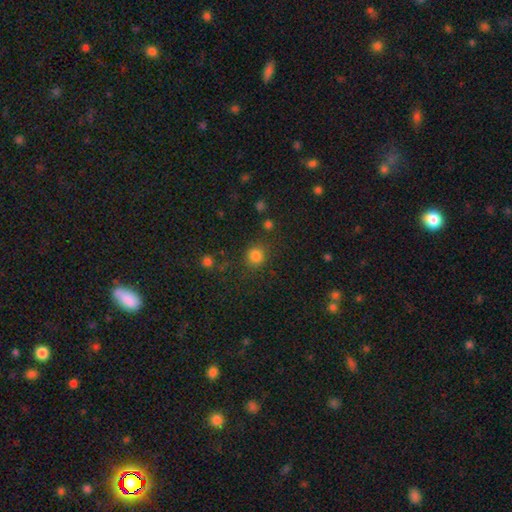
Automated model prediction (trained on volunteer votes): Smooth or featured? Predicted: smooth (p=0.83). How rounded? Predicted: round (p=0.87). Merging? Predicted: none (p=0.83).